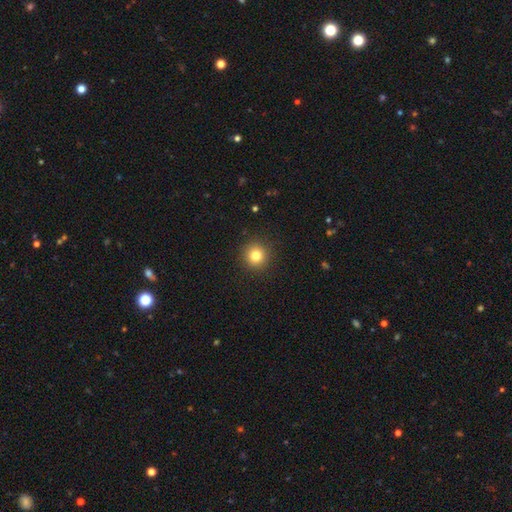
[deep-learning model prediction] smooth-or-featured: smooth: 80% | star or artifact: 12% | featured or disk: 7%
  how-rounded: round: 94% | in between: 5% | cigar-shaped: 1%
  merging: none: 92% | minor disturbance: 5% | major disturbance: 2% | merger: 1%